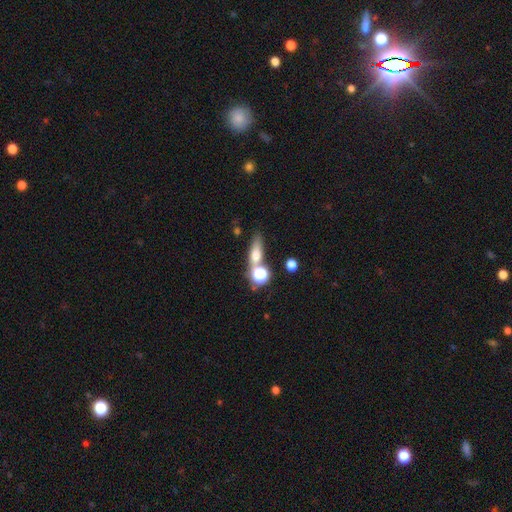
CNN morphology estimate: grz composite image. It shows a smooth galaxy with no disk features (59%) that is cigar-shaped (40%). Merging: none (55%).